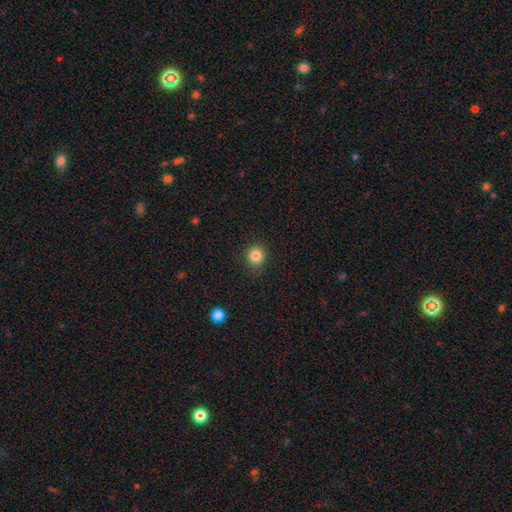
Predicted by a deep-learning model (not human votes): This is clearly a smooth galaxy (84%). How rounded: clearly round (86%). Merging: clearly none (88%).